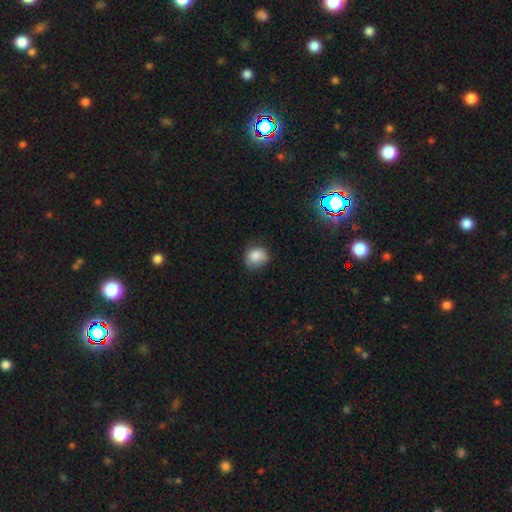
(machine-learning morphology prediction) The model was most divided on "merging": none: 62%, minor disturbance: 29%, major disturbance: 7%, merger: 2%. More confident: smooth or featured — smooth (82%); how rounded — round (74%).